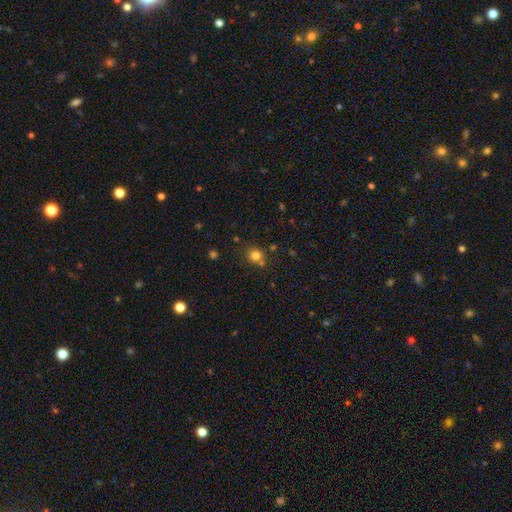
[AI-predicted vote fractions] Smooth or featured: smooth — 78% (star or artifact — 15%)
How rounded: round — 85% (in between — 14%)
Merging: none — 69% (merger — 18%)